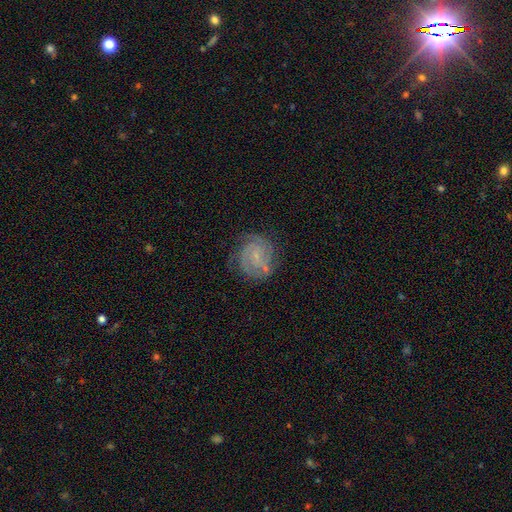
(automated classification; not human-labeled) Q: Smooth or featured?
A: featured or disk (79%); runner-up: smooth (14%)
Q: Edge-on disk?
A: no (98%); runner-up: yes (2%)
Q: Bar?
A: no (60%); runner-up: weak (34%)
Q: Spiral arms?
A: yes (95%); runner-up: no (5%)
Q: Spiral winding?
A: tight (61%); runner-up: medium (32%)
Q: Spiral arm count?
A: 2 (33%); runner-up: 3 (25%)
Q: Bulge size?
A: small (74%); runner-up: none (13%)
Q: Merging?
A: none (73%); runner-up: minor disturbance (17%)